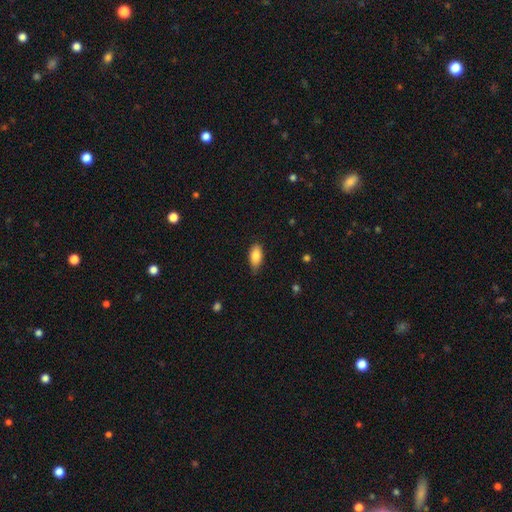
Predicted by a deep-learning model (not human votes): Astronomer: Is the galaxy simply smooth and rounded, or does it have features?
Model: smooth — 85%.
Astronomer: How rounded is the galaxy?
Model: in between — 90%.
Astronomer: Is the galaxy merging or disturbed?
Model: none — 74%.